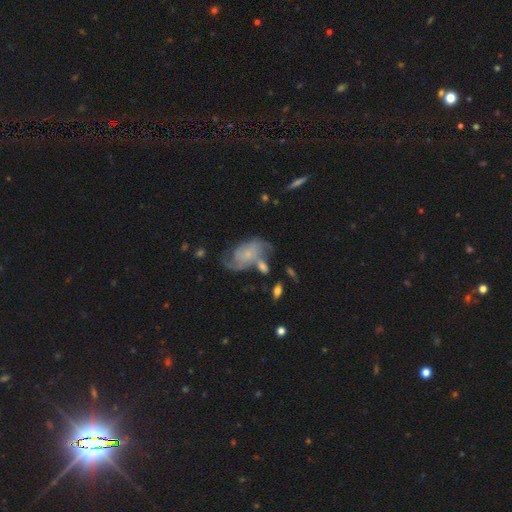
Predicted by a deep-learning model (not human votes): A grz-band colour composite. It shows a featured or disk galaxy (69%) with no bar (69%), 2 (42%) medium (42%) spiral arms (89%) and a small central bulge (63%). Merging: none (53%).